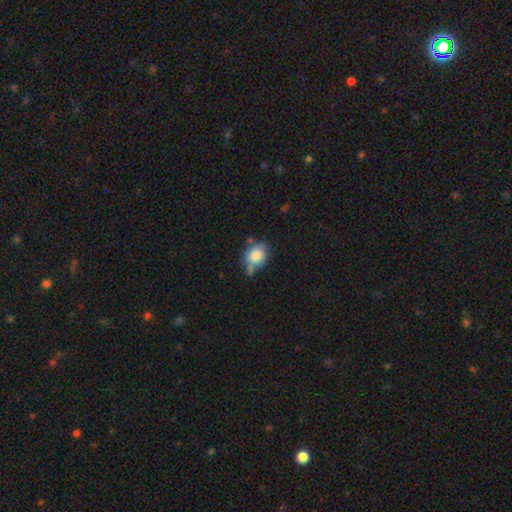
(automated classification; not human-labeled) smooth 81%, featured or disk 10%, star or artifact 9%. Down the decision tree: how rounded — round (53%); merging — none (48%).